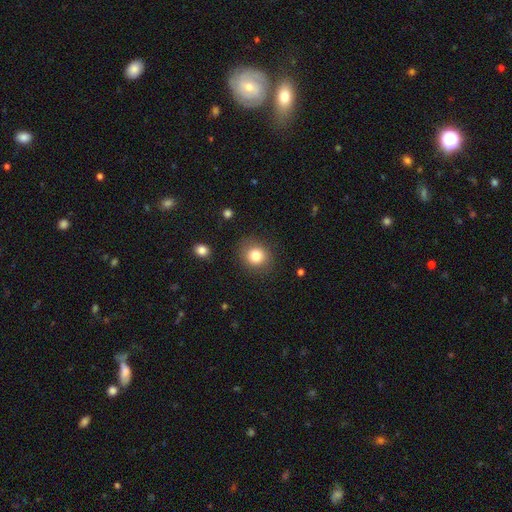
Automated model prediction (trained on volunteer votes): Morphology: type=smooth (81%); roundness=round (78%); merging=none (86%).